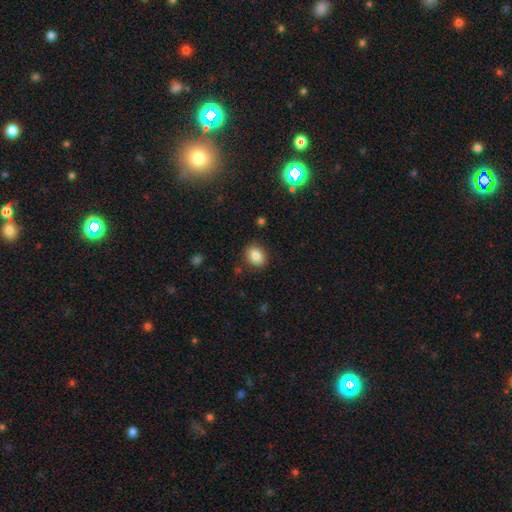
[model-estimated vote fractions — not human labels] The model was most divided on "how rounded": in between: 57%, round: 42%, cigar-shaped: 1%. More confident: merging — none (87%); smooth or featured — smooth (84%).